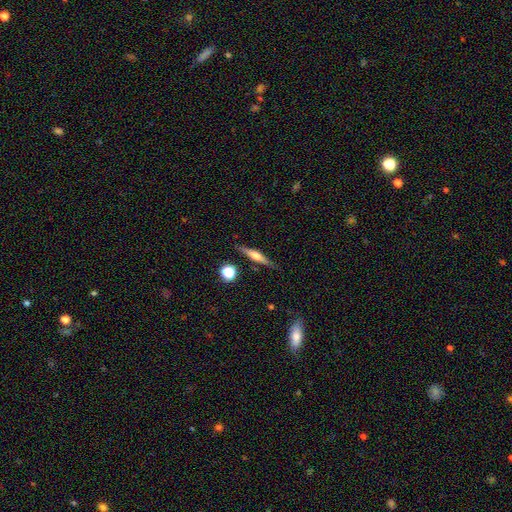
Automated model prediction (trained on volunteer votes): smooth_or_featured: featured or disk (p=0.62) [alt: smooth p=0.30]
disk_edge_on: yes (p=0.96) [alt: no p=0.04]
edge_on_bulge: rounded (p=0.86) [alt: boxy p=0.09]
merging: none (p=0.85) [alt: minor disturbance p=0.10]